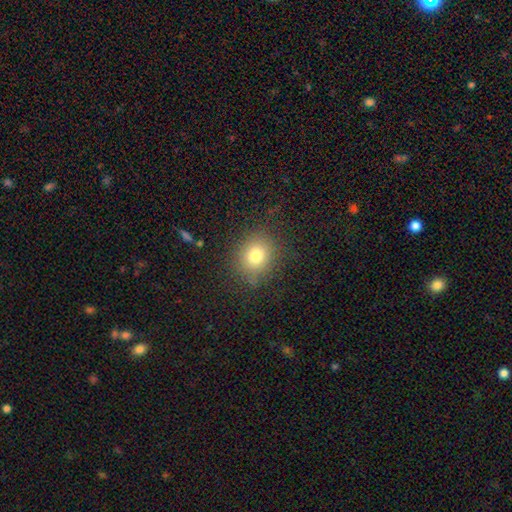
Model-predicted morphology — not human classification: This is likely a smooth galaxy (78%). How rounded: likely round (71%). Merging: clearly none (83%).